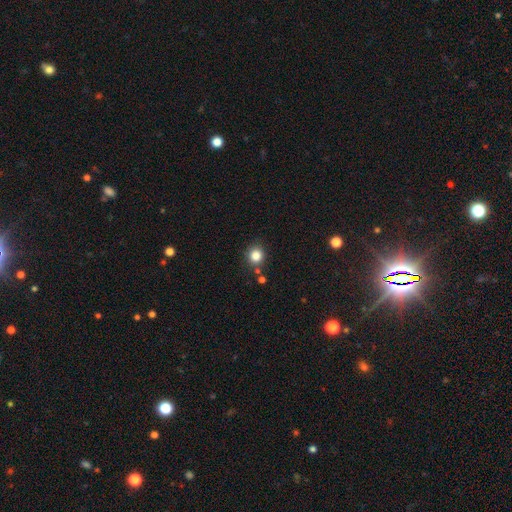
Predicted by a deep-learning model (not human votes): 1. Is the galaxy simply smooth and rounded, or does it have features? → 83% smooth, 12% star or artifact, 5% featured or disk.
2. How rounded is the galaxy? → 86% round, 14% in between, 1% cigar-shaped.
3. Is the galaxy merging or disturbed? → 80% none, 10% minor disturbance, 6% merger, 3% major disturbance.